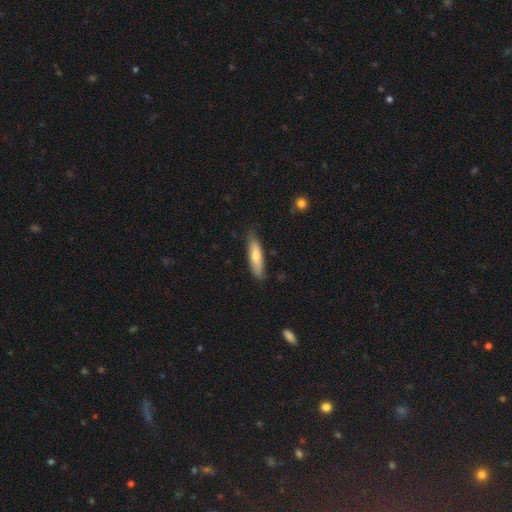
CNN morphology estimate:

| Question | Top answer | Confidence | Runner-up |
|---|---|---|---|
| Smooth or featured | smooth | 70% | featured or disk (25%) |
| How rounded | cigar-shaped | 70% | in between (28%) |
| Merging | none | 78% | minor disturbance (18%) |